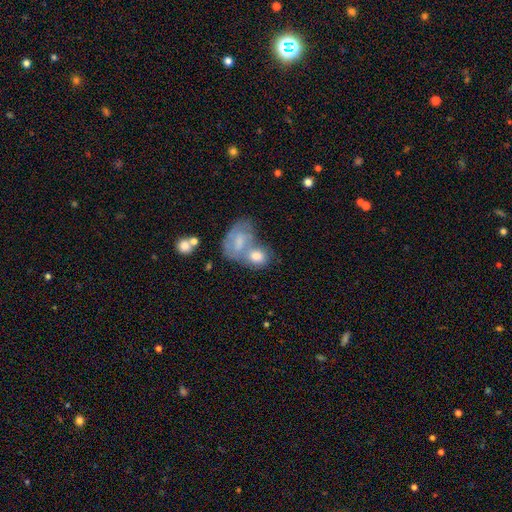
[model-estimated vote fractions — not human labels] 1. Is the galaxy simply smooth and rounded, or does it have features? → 59% smooth, 31% featured or disk, 10% star or artifact.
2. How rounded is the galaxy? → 60% in between, 38% round, 2% cigar-shaped.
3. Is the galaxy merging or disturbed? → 56% merger, 25% none, 11% minor disturbance, 7% major disturbance.